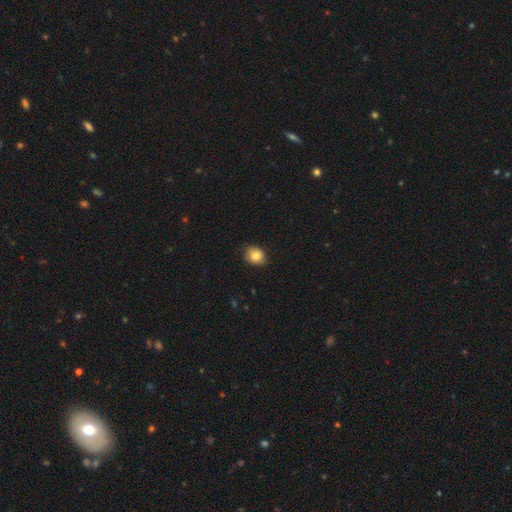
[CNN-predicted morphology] The model was most divided on "how rounded": round: 57%, in between: 42%, cigar-shaped: 1%. More confident: smooth or featured — smooth (84%); merging — none (82%).